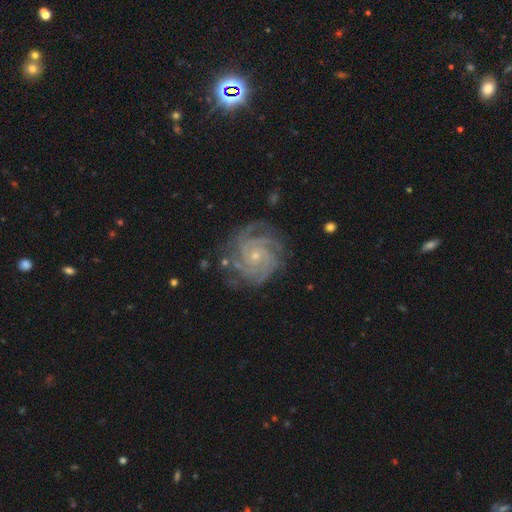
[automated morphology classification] Overall: featured or disk (91%). Edge-on disk: no (98%). Bar: no (76%). Spiral arms: yes (98%). Spiral arm count: 4 (35%; 3 25%). Spiral winding: tight (78%). Bulge size: small (79%). Merging: none (78%).